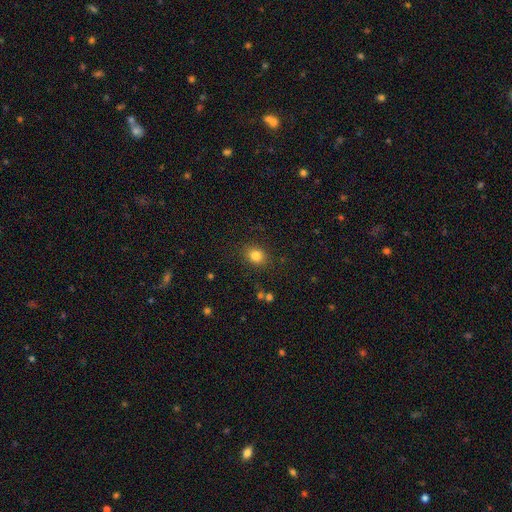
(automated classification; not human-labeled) Smooth or featured? Predicted: smooth (p=0.82). How rounded? Predicted: round (p=0.61). Merging? Predicted: none (p=0.86).